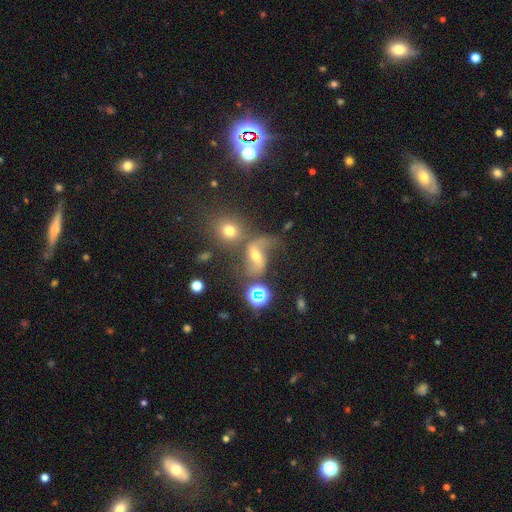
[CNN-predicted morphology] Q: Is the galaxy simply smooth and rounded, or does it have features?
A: featured or disk — 60%.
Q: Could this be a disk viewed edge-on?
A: no — 95%.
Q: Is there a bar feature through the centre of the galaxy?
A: no — 42%.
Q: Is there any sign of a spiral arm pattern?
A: yes — 83%.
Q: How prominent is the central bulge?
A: moderate — 58%.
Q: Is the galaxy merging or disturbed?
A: none — 38%.